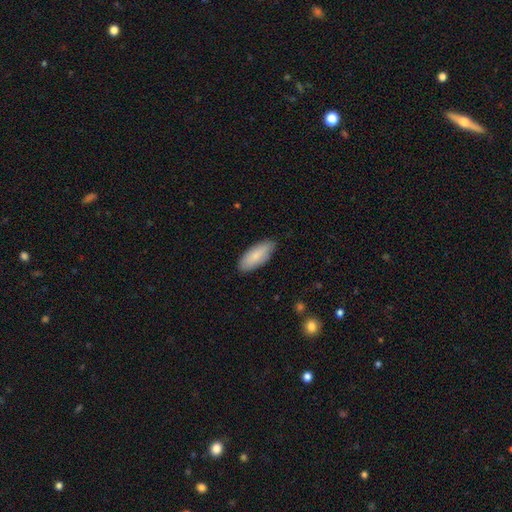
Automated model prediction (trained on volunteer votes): A smooth galaxy with no disk features (84%) that is in between round and cigar-shaped (81%). Merging: none (86%).